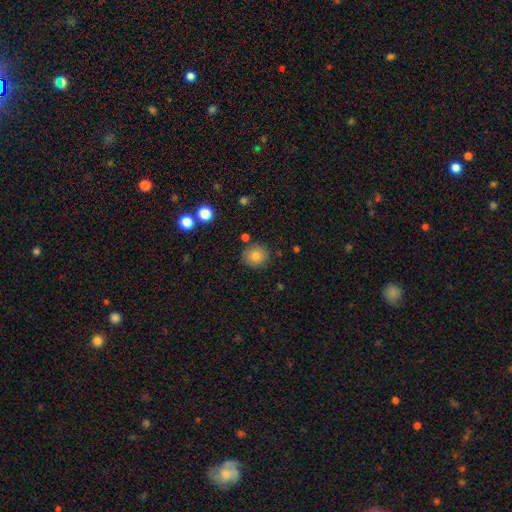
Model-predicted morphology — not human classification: smooth 81%, star or artifact 10%, featured or disk 8%. Down the decision tree: how rounded — round (84%); merging — none (84%).